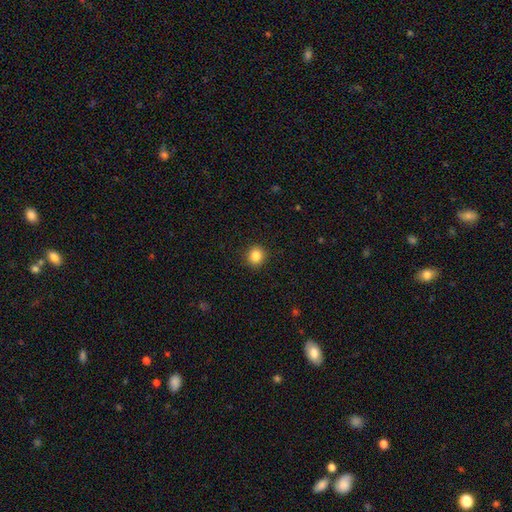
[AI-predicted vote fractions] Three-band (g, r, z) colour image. It shows a smooth galaxy with no disk features (85%) that is round (87%). Merging: none (91%).